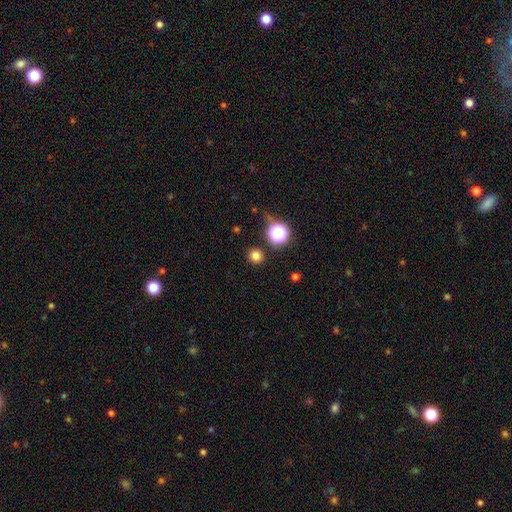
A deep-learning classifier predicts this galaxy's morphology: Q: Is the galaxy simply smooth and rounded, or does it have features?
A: smooth — 78%.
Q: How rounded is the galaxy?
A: round — 92%.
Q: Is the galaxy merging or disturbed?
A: none — 89%.